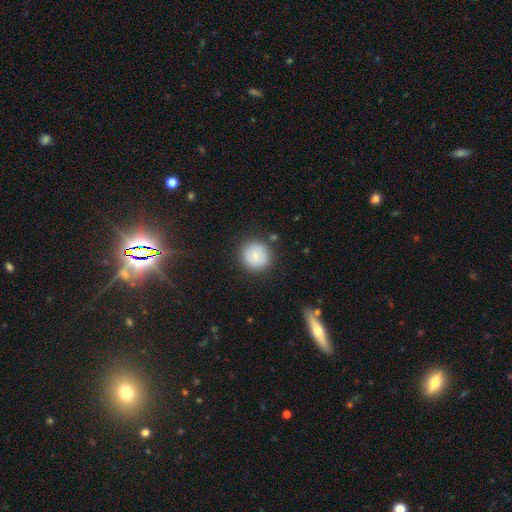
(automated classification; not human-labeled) smooth 80%, featured or disk 12%, star or artifact 8%. Down the decision tree: how rounded — round (93%); merging — none (86%).